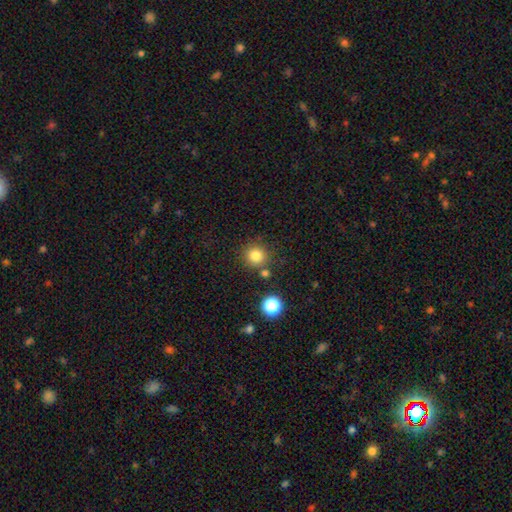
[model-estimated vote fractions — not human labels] smooth 81%, star or artifact 13%, featured or disk 6%. Down the decision tree: how rounded — round (94%); merging — none (81%).